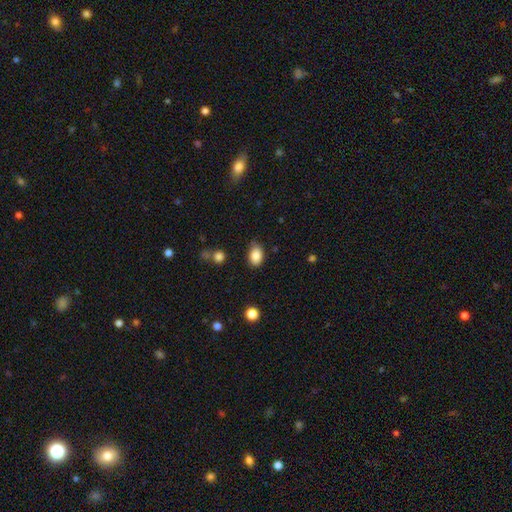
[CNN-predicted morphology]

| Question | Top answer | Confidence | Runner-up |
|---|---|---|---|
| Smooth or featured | smooth | 86% | star or artifact (8%) |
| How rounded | in between | 84% | round (15%) |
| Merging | none | 78% | minor disturbance (16%) |